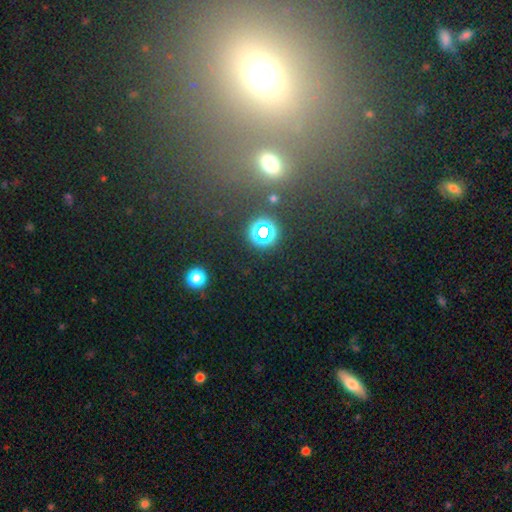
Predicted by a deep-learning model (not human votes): The model was most divided on "smooth or featured": star or artifact: 52%, smooth: 36%, featured or disk: 12%.